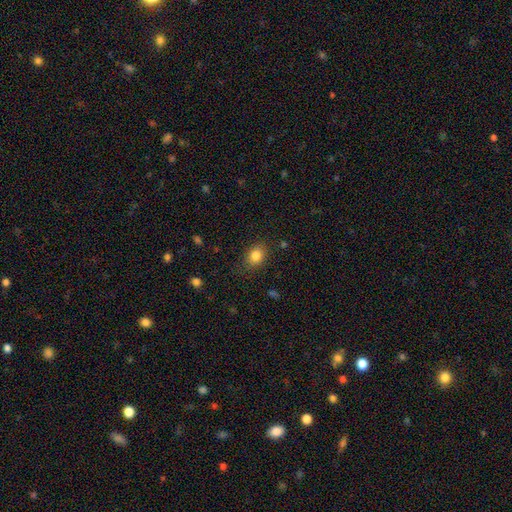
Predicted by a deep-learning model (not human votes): Overall: smooth (83%). How rounded: in between (62%; round 36%). Merging: none (82%).